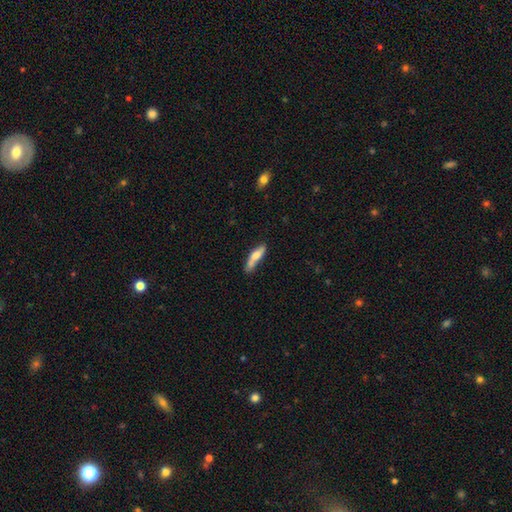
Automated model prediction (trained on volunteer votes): Smooth or featured: smooth — 67% (featured or disk — 27%)
How rounded: cigar-shaped — 71% (in between — 27%)
Merging: none — 51% (minor disturbance — 24%)